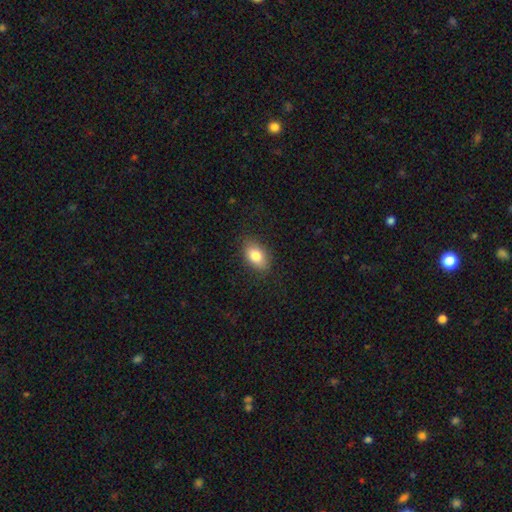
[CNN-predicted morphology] smooth_or_featured: smooth (p=0.81) [alt: featured or disk p=0.11]
how_rounded: in between (p=0.89) [alt: round p=0.09]
merging: none (p=0.84) [alt: minor disturbance p=0.12]